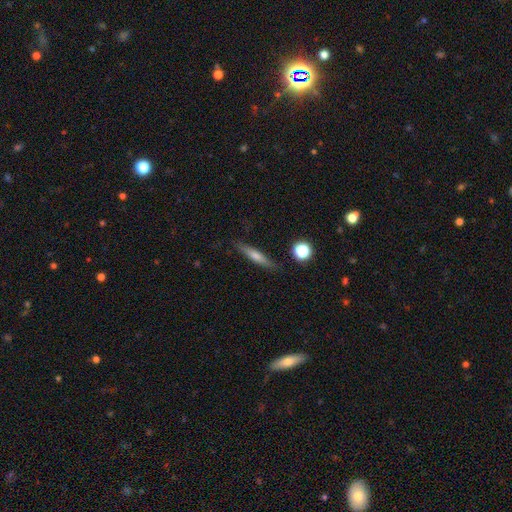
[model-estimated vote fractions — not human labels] Smooth or featured: smooth — 51% (featured or disk — 40%)
How rounded: cigar-shaped — 88% (in between — 9%)
Merging: none — 85% (minor disturbance — 10%)